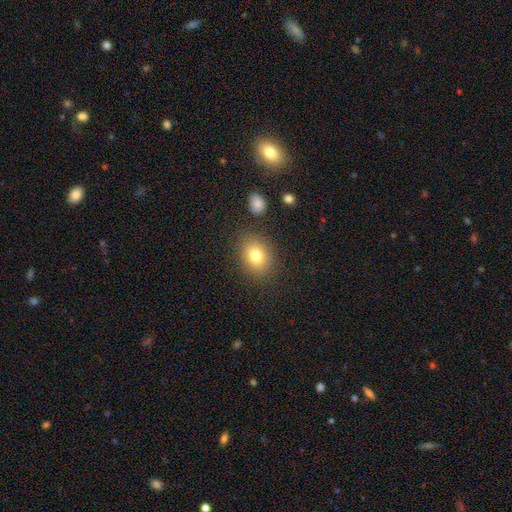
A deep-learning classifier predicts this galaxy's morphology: type=smooth (78%); roundness=in between (53%); merging=none (83%).